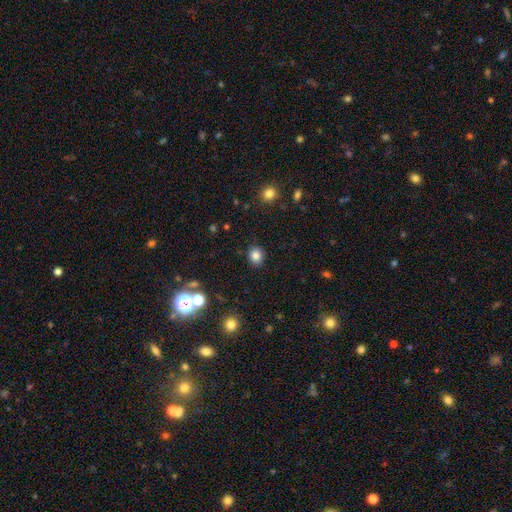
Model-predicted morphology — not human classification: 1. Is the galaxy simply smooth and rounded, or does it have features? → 82% smooth, 12% star or artifact, 6% featured or disk.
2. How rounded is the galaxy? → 73% round, 26% in between, 1% cigar-shaped.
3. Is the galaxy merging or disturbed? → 89% none, 7% minor disturbance, 2% major disturbance, 1% merger.